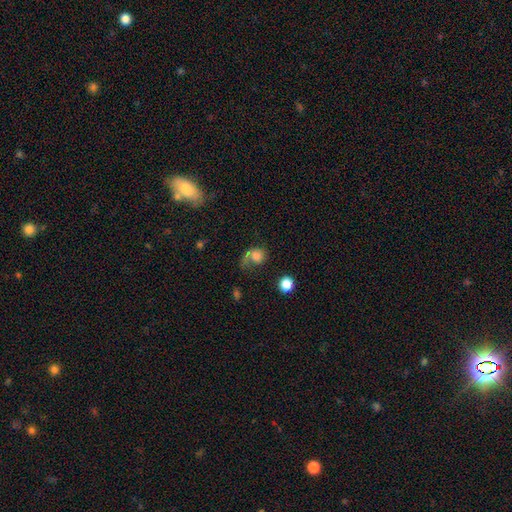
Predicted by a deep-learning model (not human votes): A smooth galaxy with no disk features (60%) that is round (66%).

Vote fractions:
- Smooth or featured? smooth: 60% / featured or disk: 28% / star or artifact: 12%
- How rounded? round: 66% / in between: 32% / cigar-shaped: 1%
- Merging? major disturbance: 41% / none: 32% / minor disturbance: 17% / merger: 10%